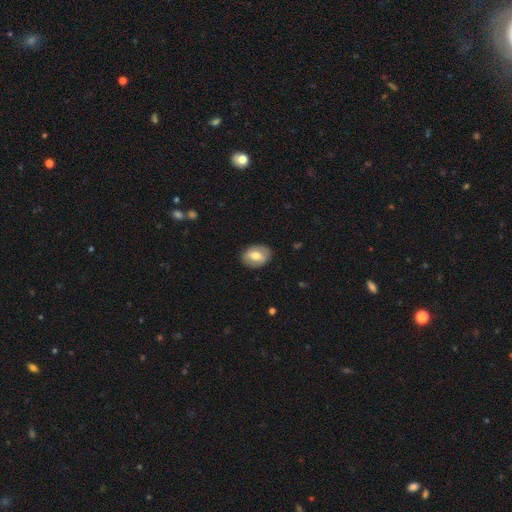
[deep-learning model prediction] A smooth galaxy with no disk features (58%) that is in between round and cigar-shaped (70%). Merging: none (85%).